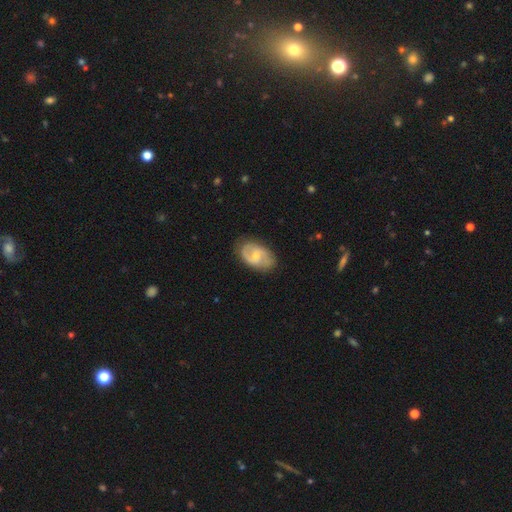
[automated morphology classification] Smooth or featured?
  - featured or disk: 72% *
  - smooth: 23%
  - star or artifact: 5%
Edge-on disk?
  - no: 96% *
  - yes: 4%
Bar?
  - weak: 47% *
  - no: 43%
  - strong: 11%
Spiral arms?
  - yes: 85% *
  - no: 15%
Spiral winding?
  - medium: 47% *
  - tight: 29%
  - loose: 24%
Spiral arm count?
  - 2: 80% *
  - can't tell: 12%
  - 1: 3%
  - 3: 2%
  - 4: 1%
  - more than 4: 1%
Bulge size?
  - small: 51% *
  - moderate: 45%
  - none: 2%
  - large: 1%
  - dominant: 1%
Merging?
  - none: 78% *
  - minor disturbance: 17%
  - major disturbance: 4%
  - merger: 1%